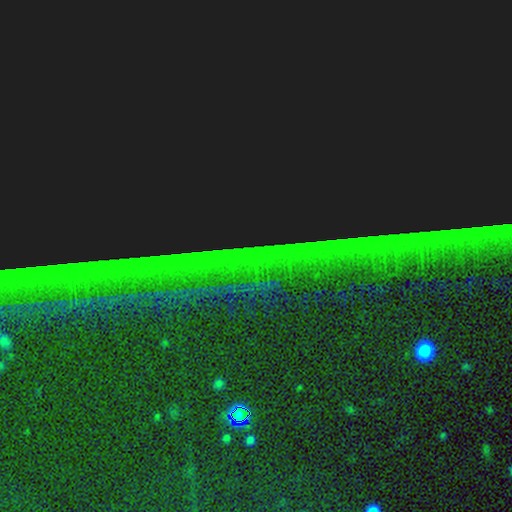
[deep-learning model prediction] This is clearly a star or artifact rather than a galaxy (89%).